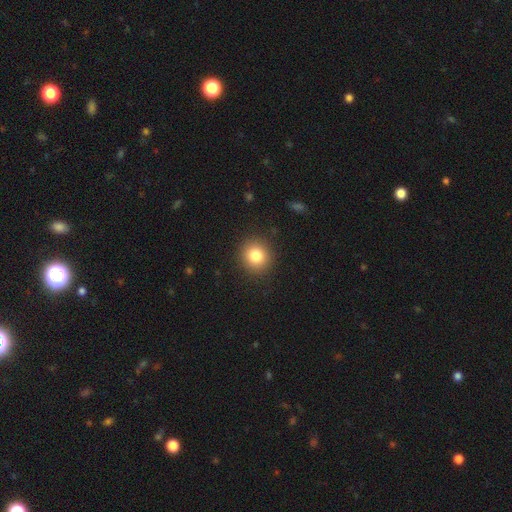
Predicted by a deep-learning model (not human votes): Q: Smooth or featured?
A: smooth (83%); runner-up: star or artifact (10%)
Q: How rounded?
A: round (89%); runner-up: in between (10%)
Q: Merging?
A: none (90%); runner-up: minor disturbance (6%)